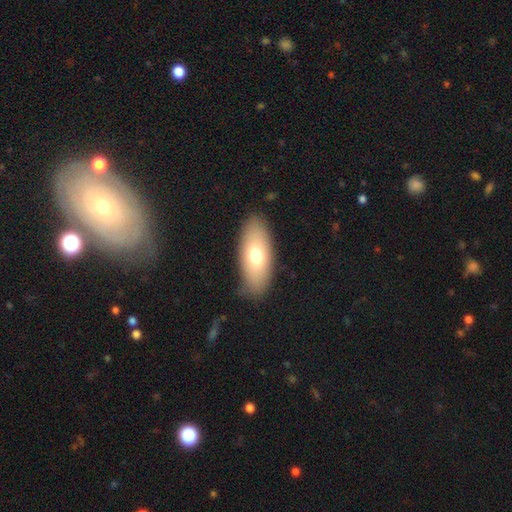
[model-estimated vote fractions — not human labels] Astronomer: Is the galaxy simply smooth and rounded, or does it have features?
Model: smooth — 71%.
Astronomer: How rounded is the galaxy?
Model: in between — 85%.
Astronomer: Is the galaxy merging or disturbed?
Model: none — 83%.